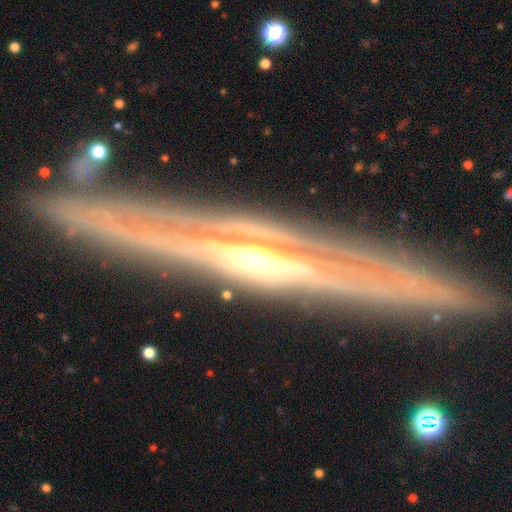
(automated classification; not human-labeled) Smooth or featured: featured or disk — 87% (smooth — 8%)
Edge-on disk: yes — 84% (no — 16%)
Edge-on bulge: rounded — 79% (none — 16%)
Merging: none — 84% (minor disturbance — 11%)